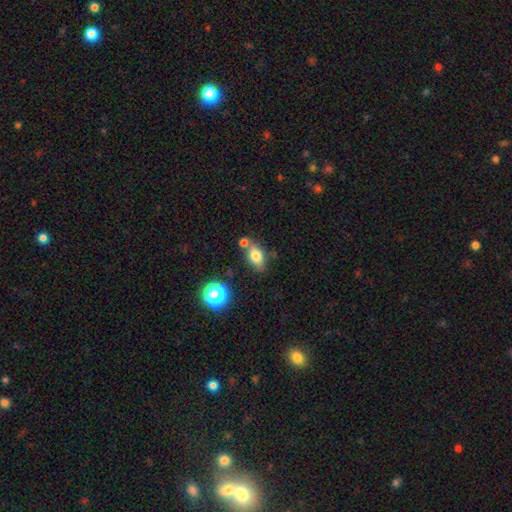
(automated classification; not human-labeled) Q: Smooth or featured?
A: smooth (74%); runner-up: featured or disk (15%)
Q: How rounded?
A: in between (80%); runner-up: round (14%)
Q: Merging?
A: none (65%); runner-up: merger (16%)